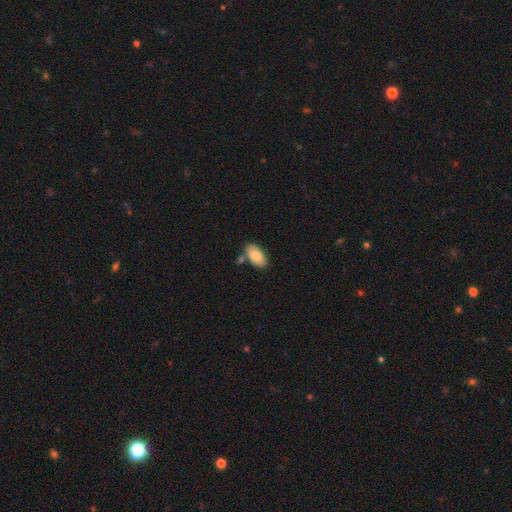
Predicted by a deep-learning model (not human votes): Smooth or featured?
  - smooth: 83% *
  - featured or disk: 11%
  - star or artifact: 6%
How rounded?
  - in between: 95% *
  - round: 3%
  - cigar-shaped: 2%
Merging?
  - none: 74% *
  - minor disturbance: 13%
  - merger: 10%
  - major disturbance: 3%